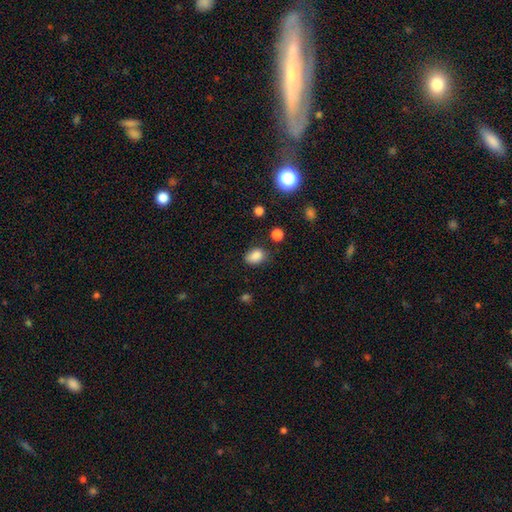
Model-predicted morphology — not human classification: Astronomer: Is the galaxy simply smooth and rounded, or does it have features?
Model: smooth — 84%.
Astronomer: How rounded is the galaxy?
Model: in between — 73%.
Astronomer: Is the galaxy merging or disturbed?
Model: none — 68%.